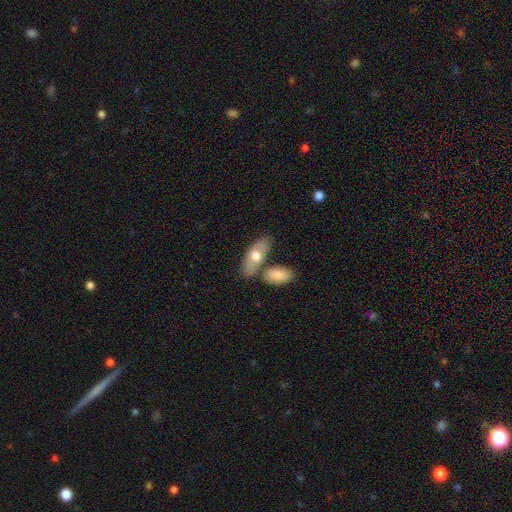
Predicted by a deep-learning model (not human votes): This is likely a smooth galaxy (67%). How rounded: clearly in between (84%). Merging: likely none (61%).